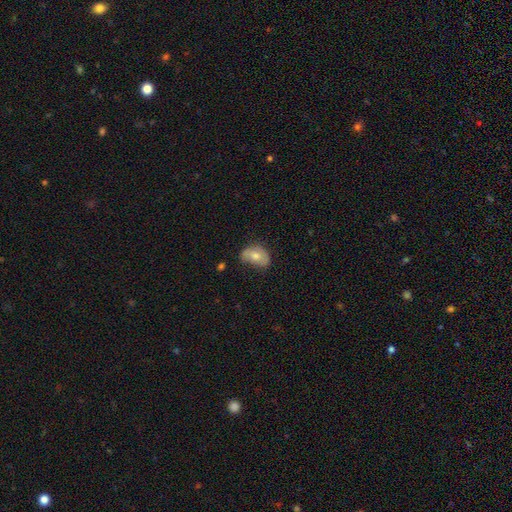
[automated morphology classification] A smooth galaxy with no disk features (66%) that is in between round and cigar-shaped (80%). Merging: none (47%).